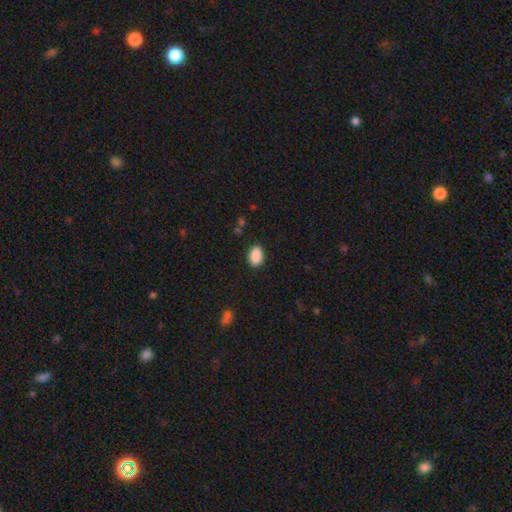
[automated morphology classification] smooth 90%, star or artifact 8%, featured or disk 3%. Down the decision tree: how rounded — in between (86%); merging — none (87%).